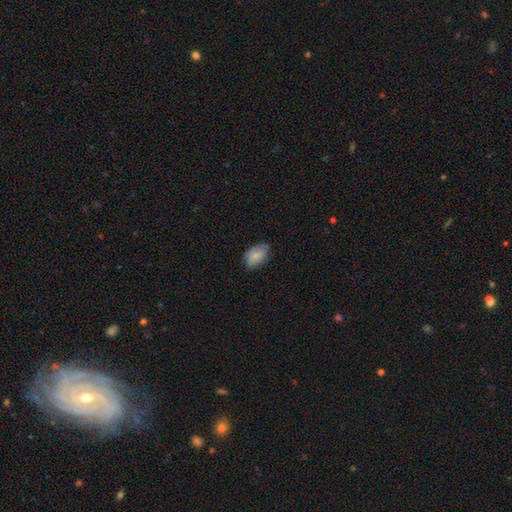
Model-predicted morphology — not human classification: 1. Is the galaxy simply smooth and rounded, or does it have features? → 81% smooth, 12% featured or disk, 7% star or artifact.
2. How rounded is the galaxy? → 89% in between, 9% round, 2% cigar-shaped.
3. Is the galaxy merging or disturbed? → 66% none, 28% minor disturbance, 4% major disturbance, 1% merger.